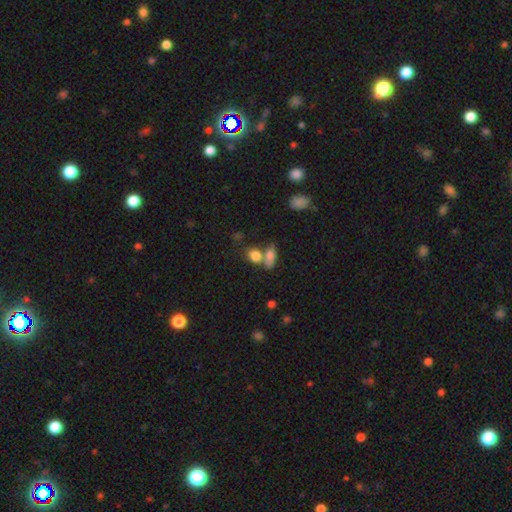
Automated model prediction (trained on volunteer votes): smooth-or-featured: smooth: 82% | star or artifact: 10% | featured or disk: 8%
  how-rounded: in between: 54% | round: 43% | cigar-shaped: 3%
  merging: merger: 43% | none: 42% | minor disturbance: 10% | major disturbance: 5%